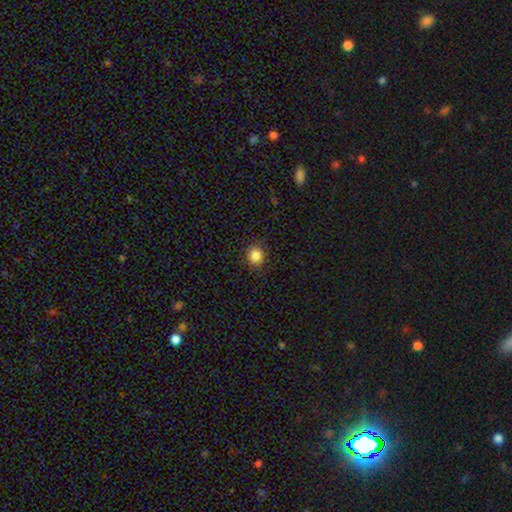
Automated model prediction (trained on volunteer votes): Morphology: type=smooth (85%); roundness=round (85%); merging=none (89%).